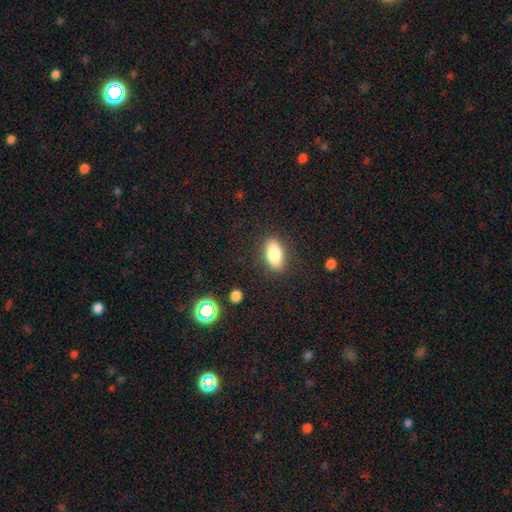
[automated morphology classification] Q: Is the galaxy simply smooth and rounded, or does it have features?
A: smooth — 76%.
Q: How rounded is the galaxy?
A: in between — 81%.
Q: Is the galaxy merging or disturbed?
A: none — 89%.